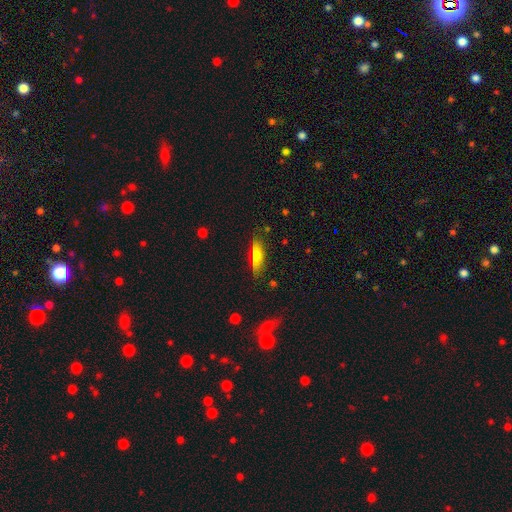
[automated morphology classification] smooth-or-featured: smooth: 59% | featured or disk: 32% | star or artifact: 8%
  how-rounded: cigar-shaped: 62% | in between: 35% | round: 3%
  merging: none: 83% | minor disturbance: 12% | major disturbance: 3% | merger: 2%